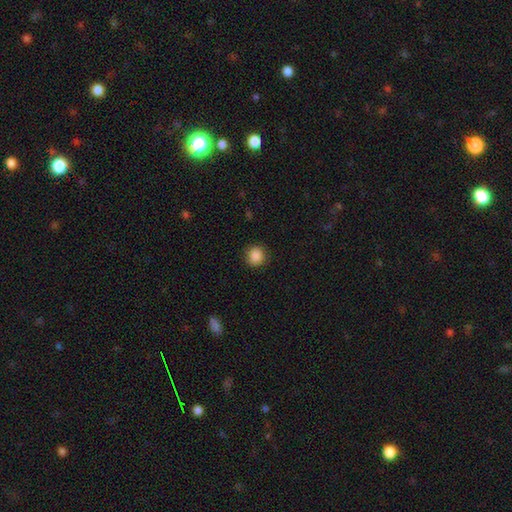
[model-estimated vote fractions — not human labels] Smooth or featured: smooth — 88% (star or artifact — 9%)
How rounded: round — 91% (in between — 8%)
Merging: none — 90% (minor disturbance — 7%)